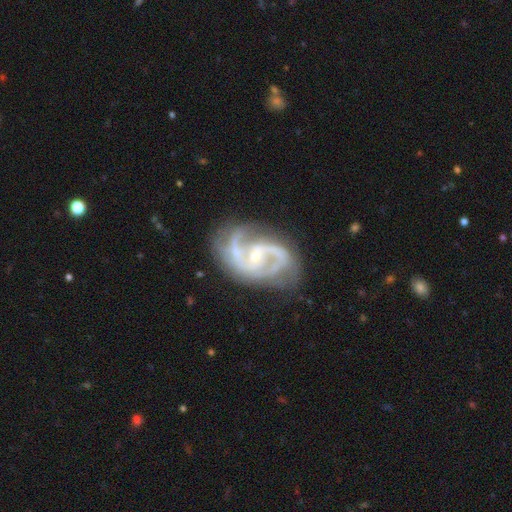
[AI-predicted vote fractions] Morphology: type=featured or disk (91%); edge-on=no (98%); bar=weak (43%); spiral arms=yes (98%); winding=medium (60%); arm count=2 (76%); bulge=small (72%); merging=none (62%).